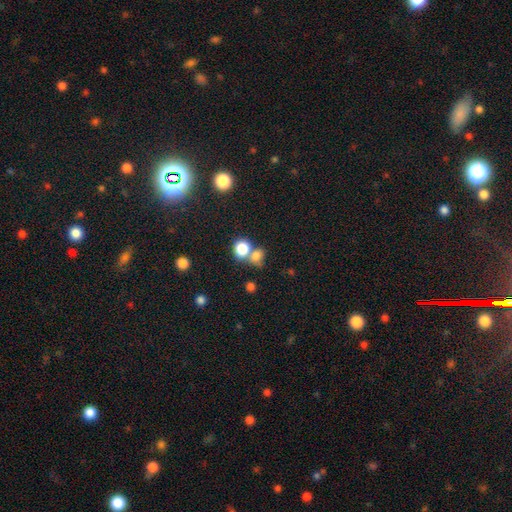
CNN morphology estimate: Overall: smooth (78%). How rounded: round (65%; in between 34%). Merging: merger (47%; none 40%).